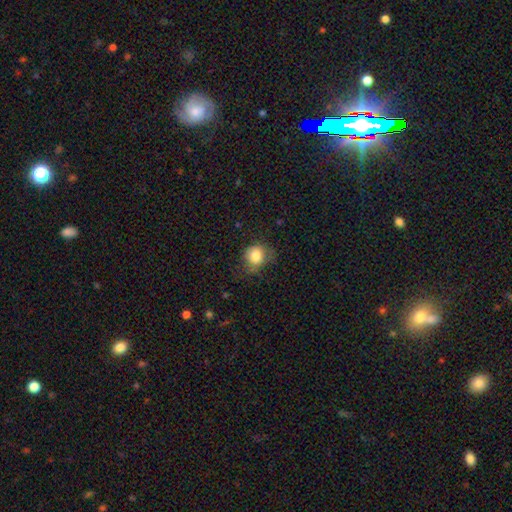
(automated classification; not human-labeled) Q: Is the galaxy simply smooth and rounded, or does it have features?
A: smooth — 81%.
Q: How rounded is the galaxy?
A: round — 78%.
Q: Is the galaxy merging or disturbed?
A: none — 59%.